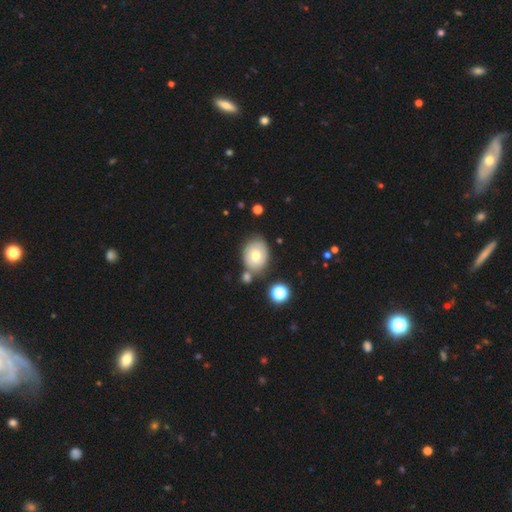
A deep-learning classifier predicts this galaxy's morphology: The model was most divided on "how rounded": in between: 52%, round: 47%, cigar-shaped: 1%. More confident: merging — none (68%); smooth or featured — smooth (65%).